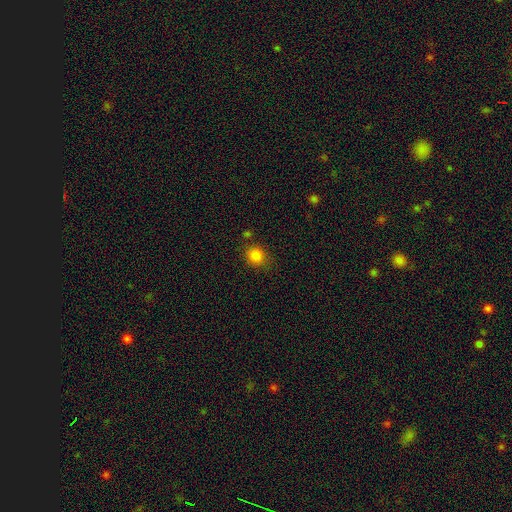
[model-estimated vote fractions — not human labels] smooth-or-featured: smooth: 82% | star or artifact: 13% | featured or disk: 5%
  how-rounded: round: 82% | in between: 17% | cigar-shaped: 1%
  merging: none: 81% | minor disturbance: 11% | merger: 5% | major disturbance: 3%